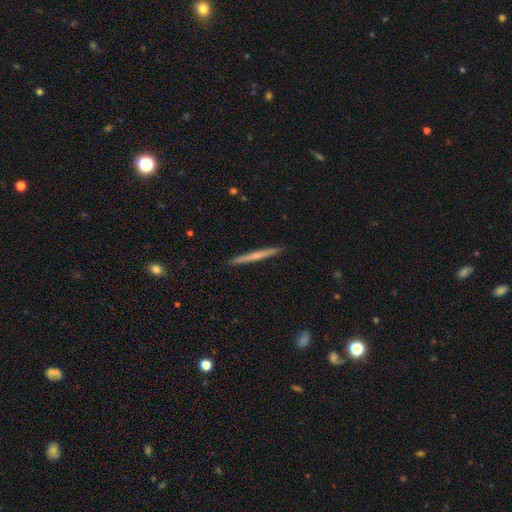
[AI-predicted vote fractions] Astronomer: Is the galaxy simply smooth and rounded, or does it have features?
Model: smooth — 49% (runner-up: featured or disk, 45%).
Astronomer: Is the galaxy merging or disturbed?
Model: none — 92%.